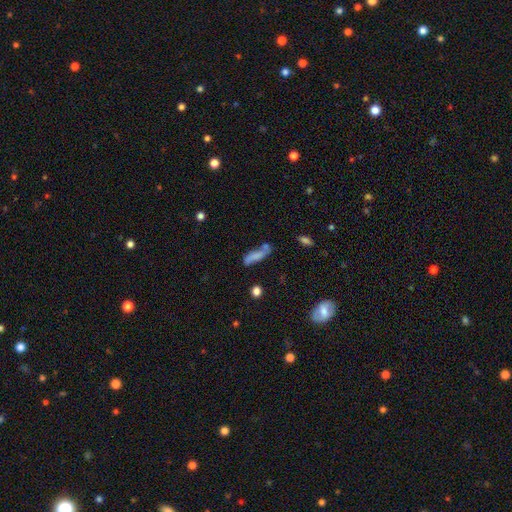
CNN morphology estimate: smooth-or-featured: smooth: 61% | featured or disk: 30% | star or artifact: 9%
  how-rounded: cigar-shaped: 53% | in between: 44% | round: 3%
  merging: none: 49% | minor disturbance: 23% | merger: 19% | major disturbance: 9%